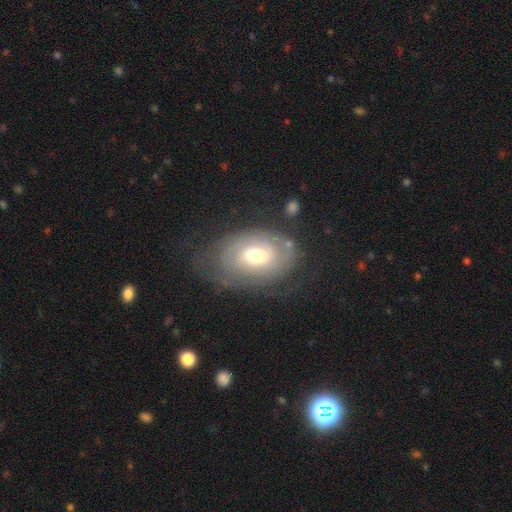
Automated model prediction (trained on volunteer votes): Smooth or featured: featured or disk — 69% (smooth — 23%)
Edge-on disk: no — 96% (yes — 4%)
Bar: no — 59% (weak — 33%)
Spiral arms: yes — 83% (no — 17%)
Spiral winding: tight — 61% (medium — 28%)
Spiral arm count: 2 — 40% (can't tell — 38%)
Bulge size: moderate — 60% (small — 20%)
Merging: none — 61% (minor disturbance — 20%)